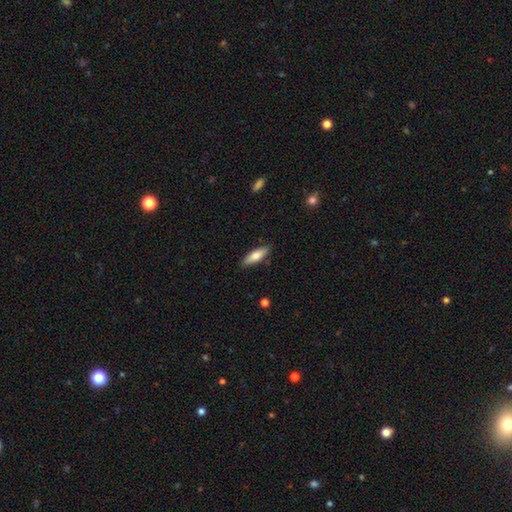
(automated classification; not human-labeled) Morphology: type=smooth (74%); roundness=in between (53%); merging=none (87%).